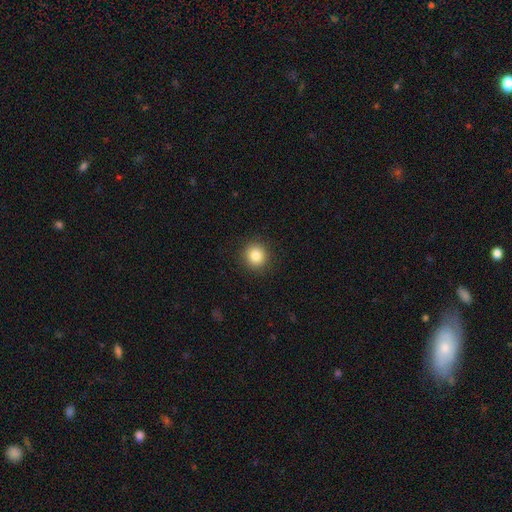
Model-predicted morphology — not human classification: Q: Smooth or featured?
A: smooth (84%); runner-up: star or artifact (10%)
Q: How rounded?
A: round (89%); runner-up: in between (10%)
Q: Merging?
A: none (91%); runner-up: minor disturbance (6%)